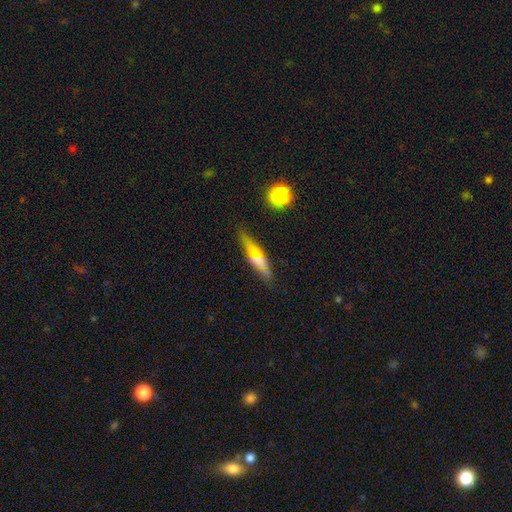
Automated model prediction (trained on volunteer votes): Smooth or featured: smooth — 50% (featured or disk — 32%)
How rounded: cigar-shaped — 62% (in between — 33%)
Merging: none — 84% (minor disturbance — 11%)